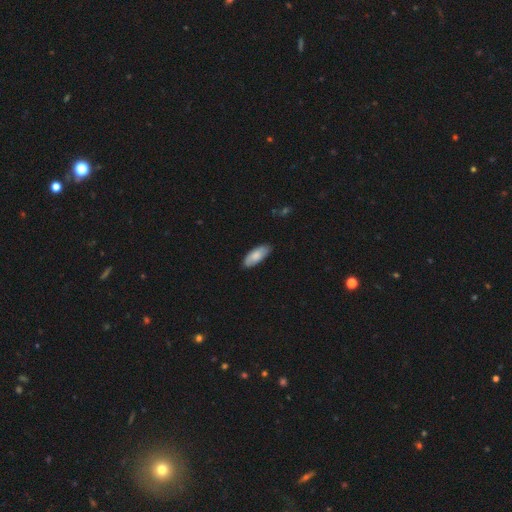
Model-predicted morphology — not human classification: smooth-or-featured: smooth: 77% | featured or disk: 17% | star or artifact: 6%
  how-rounded: in between: 81% | cigar-shaped: 17% | round: 2%
  merging: none: 82% | minor disturbance: 15% | major disturbance: 2% | merger: 1%